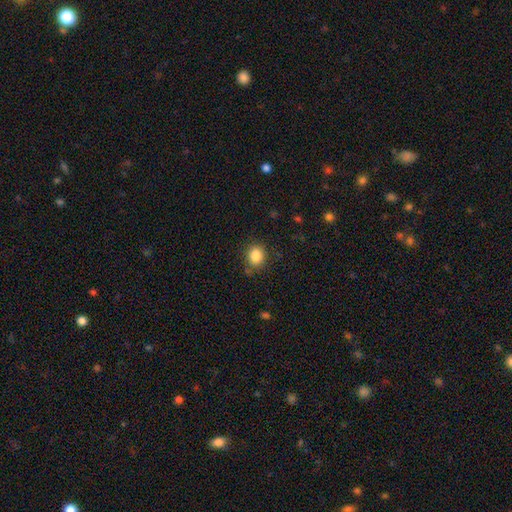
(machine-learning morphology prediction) Overall: smooth (86%). How rounded: round (72%). Merging: none (80%).